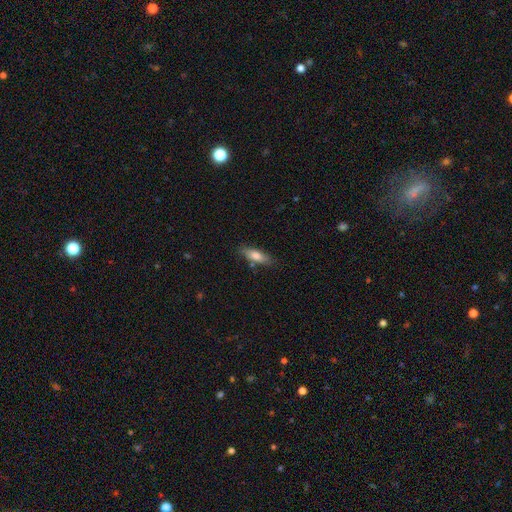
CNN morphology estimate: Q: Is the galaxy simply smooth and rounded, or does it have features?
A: smooth — 73%.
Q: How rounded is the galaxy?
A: in between — 50%.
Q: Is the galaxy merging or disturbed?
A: none — 78%.